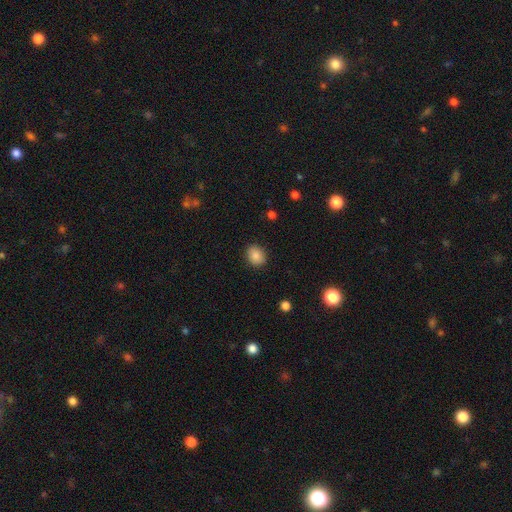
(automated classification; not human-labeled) smooth_or_featured: smooth (p=0.86) [alt: star or artifact p=0.09]
how_rounded: round (p=0.56) [alt: in between p=0.43]
merging: none (p=0.89) [alt: minor disturbance p=0.08]